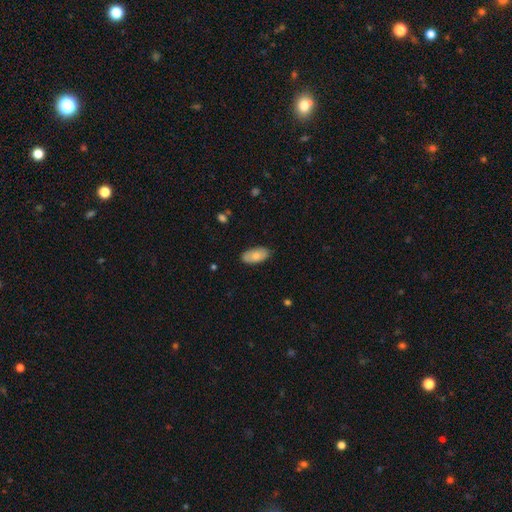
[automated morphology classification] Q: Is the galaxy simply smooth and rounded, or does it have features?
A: smooth — 80%.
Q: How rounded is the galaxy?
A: in between — 94%.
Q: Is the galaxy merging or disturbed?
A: none — 84%.